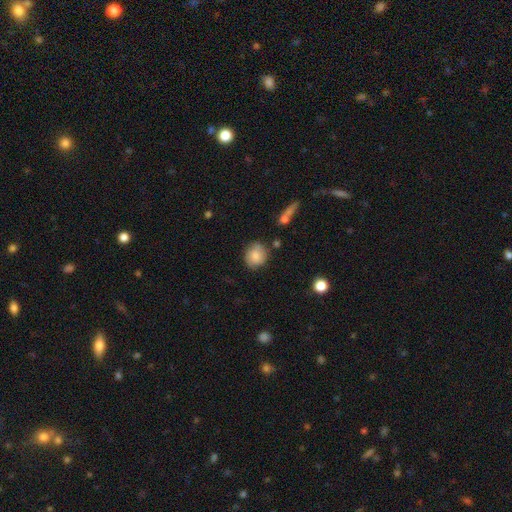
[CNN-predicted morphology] Smooth or featured? smooth (74%)
How rounded? round (79%)
Merging? none (76%)